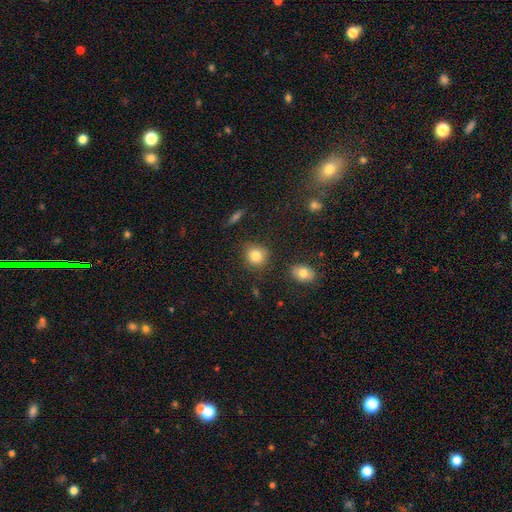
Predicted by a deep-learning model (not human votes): A smooth galaxy with no disk features (83%) that is round (83%). Merging: none (81%).